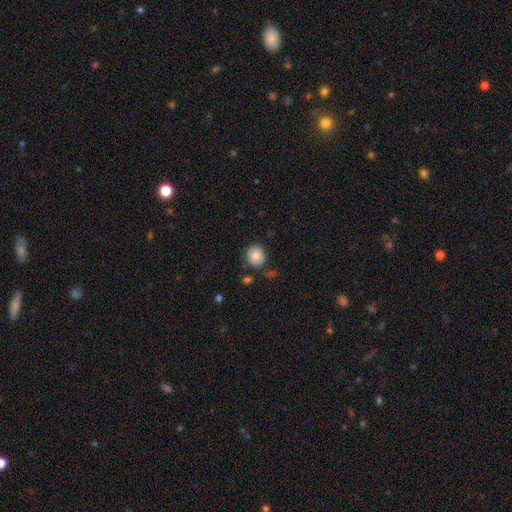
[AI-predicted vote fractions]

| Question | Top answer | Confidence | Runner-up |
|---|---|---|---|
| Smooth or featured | smooth | 78% | featured or disk (13%) |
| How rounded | round | 81% | in between (18%) |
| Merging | none | 79% | minor disturbance (13%) |